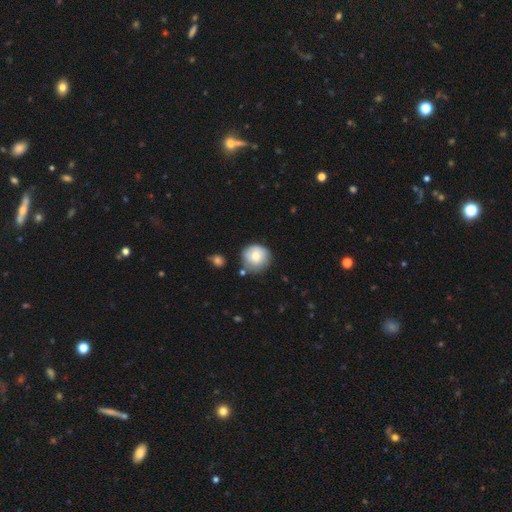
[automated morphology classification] Smooth or featured?
  - smooth: 74% *
  - featured or disk: 19%
  - star or artifact: 8%
How rounded?
  - round: 93% *
  - in between: 6%
  - cigar-shaped: 1%
Merging?
  - none: 72% *
  - minor disturbance: 18%
  - merger: 5%
  - major disturbance: 4%